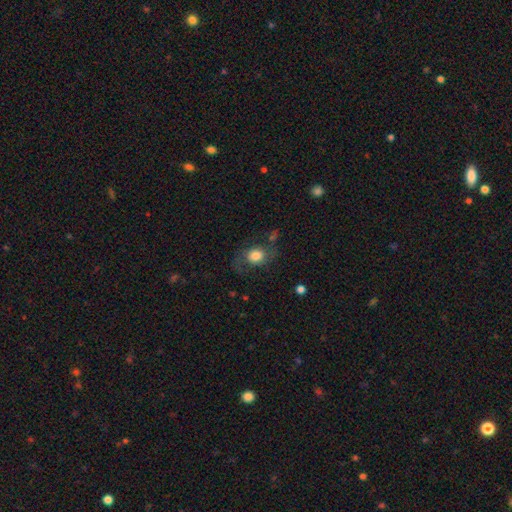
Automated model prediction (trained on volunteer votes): This is likely a smooth galaxy (65%). How rounded: possibly round (53%). Merging: possibly none (58%).